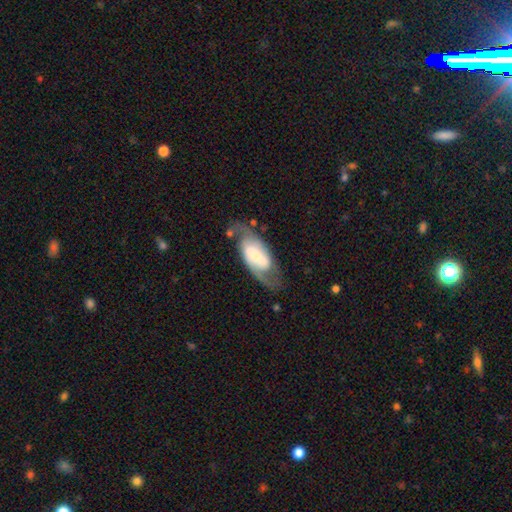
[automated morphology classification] Smooth or featured?
  - featured or disk: 75% *
  - smooth: 19%
  - star or artifact: 6%
Edge-on disk?
  - no: 93% *
  - yes: 7%
Bar?
  - strong: 39% *
  - weak: 35%
  - no: 26%
Spiral arms?
  - yes: 91% *
  - no: 9%
Spiral winding?
  - medium: 47% *
  - loose: 33%
  - tight: 20%
Spiral arm count?
  - 2: 88% *
  - can't tell: 6%
  - 1: 3%
  - 3: 1%
  - 4: 1%
  - more than 4: 1%
Bulge size?
  - small: 45% *
  - moderate: 22%
  - large: 14%
  - none: 13%
  - dominant: 5%
Merging?
  - none: 67% *
  - minor disturbance: 18%
  - major disturbance: 12%
  - merger: 4%